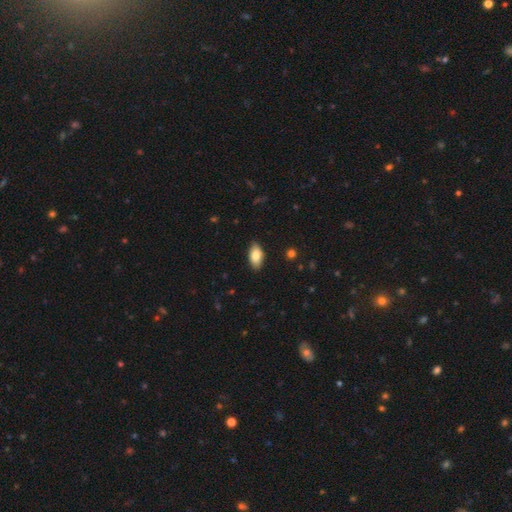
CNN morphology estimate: smooth 83%, featured or disk 10%, star or artifact 7%. Down the decision tree: how rounded — in between (92%); merging — none (87%).